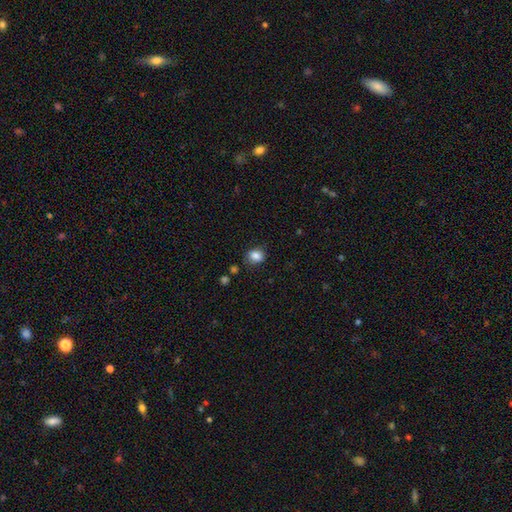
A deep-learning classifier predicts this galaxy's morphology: Smooth or featured?
  - smooth: 85% *
  - star or artifact: 10%
  - featured or disk: 5%
How rounded?
  - round: 58% *
  - in between: 42%
  - cigar-shaped: 1%
Merging?
  - none: 78% *
  - minor disturbance: 16%
  - major disturbance: 4%
  - merger: 2%